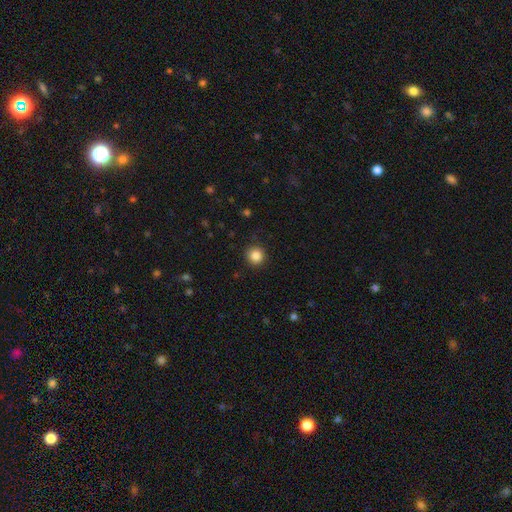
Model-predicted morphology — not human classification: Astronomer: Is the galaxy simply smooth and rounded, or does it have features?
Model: smooth — 86%.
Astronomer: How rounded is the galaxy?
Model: round — 94%.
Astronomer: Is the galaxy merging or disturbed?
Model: none — 90%.